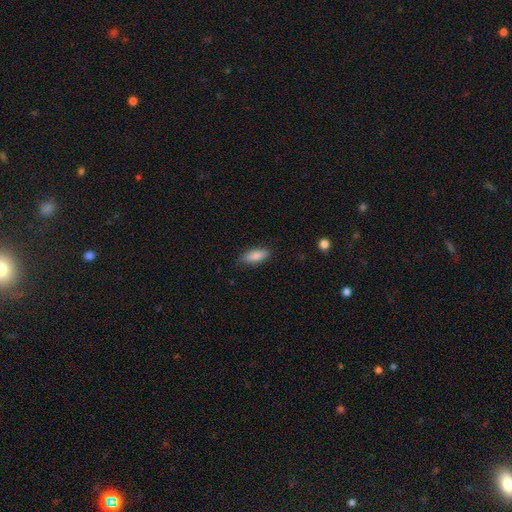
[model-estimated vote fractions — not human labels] Morphology: type=smooth (85%); roundness=in between (70%); merging=none (81%).